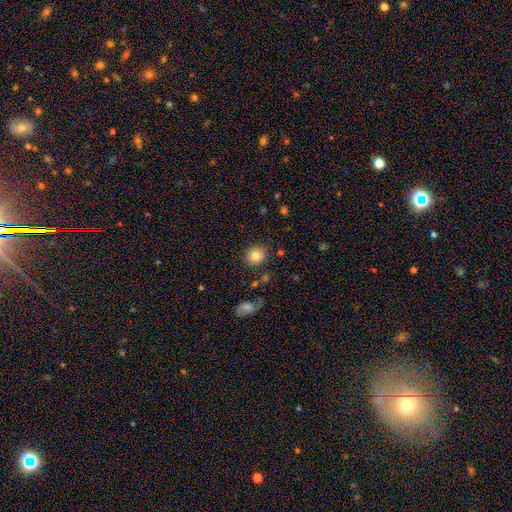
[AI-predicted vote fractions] Smooth or featured?
  - smooth: 82% *
  - star or artifact: 10%
  - featured or disk: 9%
How rounded?
  - round: 80% *
  - in between: 19%
  - cigar-shaped: 1%
Merging?
  - none: 86% *
  - minor disturbance: 9%
  - major disturbance: 3%
  - merger: 2%